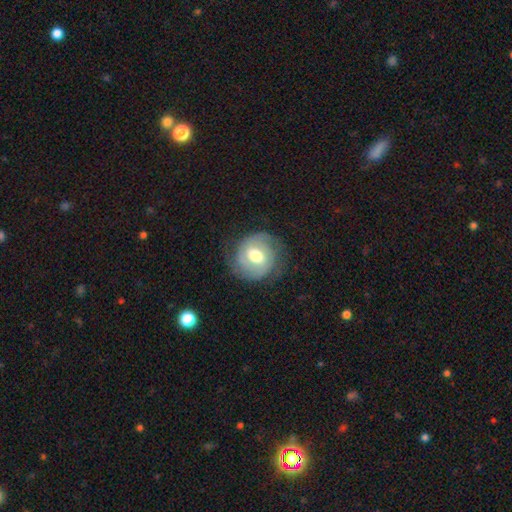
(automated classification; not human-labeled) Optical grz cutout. It shows a featured or disk galaxy (64%) with a weak bar (48%), 2 (70%) tight (51%) spiral arms (82%) and a moderate central bulge (68%). Merging: none (73%).